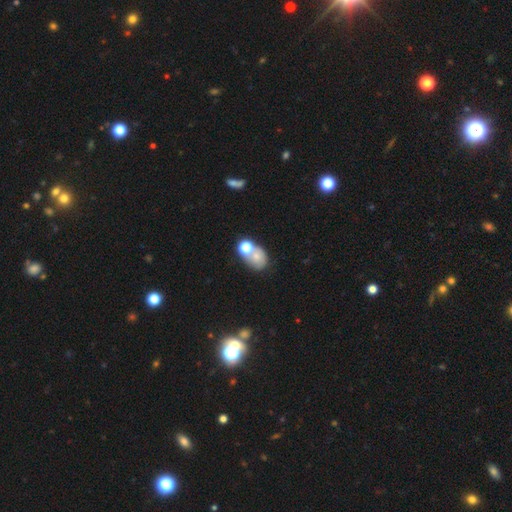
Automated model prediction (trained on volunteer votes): smooth_or_featured: smooth (p=0.62) [alt: featured or disk p=0.24]
how_rounded: in between (p=0.61) [alt: round p=0.37]
merging: merger (p=0.43) [alt: none p=0.33]